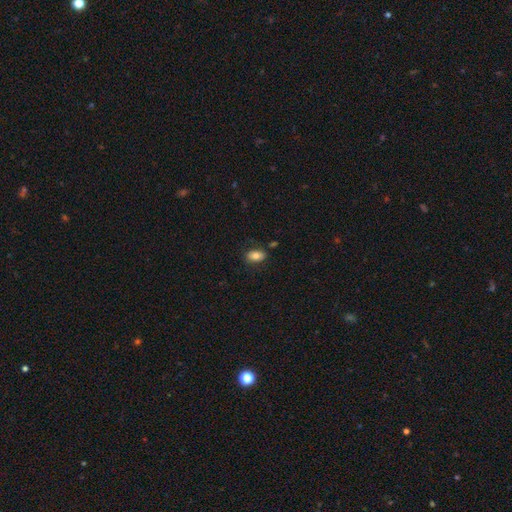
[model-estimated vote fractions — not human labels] smooth_or_featured: smooth (p=0.79) [alt: featured or disk p=0.13]
how_rounded: in between (p=0.89) [alt: round p=0.09]
merging: none (p=0.81) [alt: minor disturbance p=0.13]